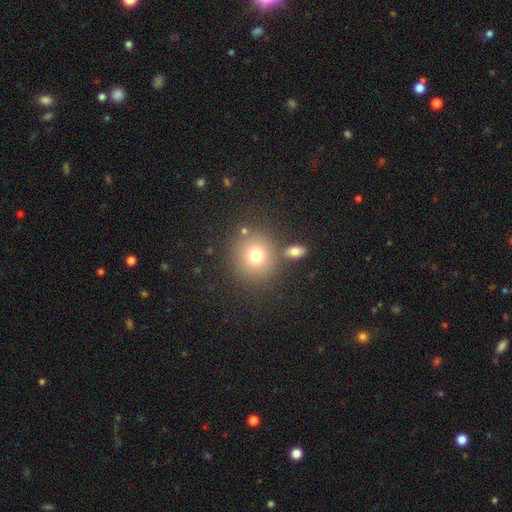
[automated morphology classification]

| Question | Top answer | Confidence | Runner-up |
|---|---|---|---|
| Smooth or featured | smooth | 75% | star or artifact (14%) |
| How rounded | round | 88% | in between (11%) |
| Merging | none | 77% | merger (10%) |